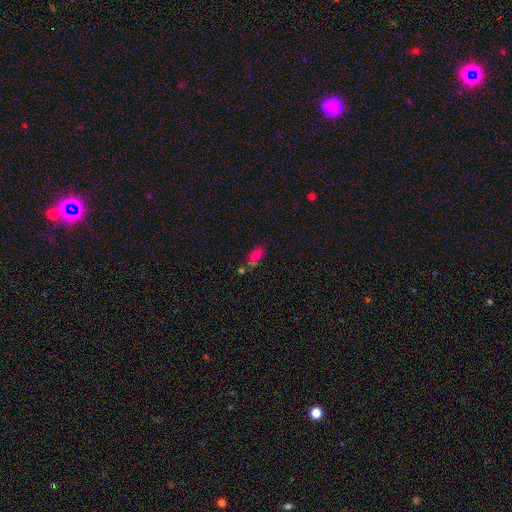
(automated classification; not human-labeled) Q: Smooth or featured?
A: smooth (72%); runner-up: star or artifact (15%)
Q: How rounded?
A: in between (86%); runner-up: cigar-shaped (8%)
Q: Merging?
A: none (57%); runner-up: merger (20%)